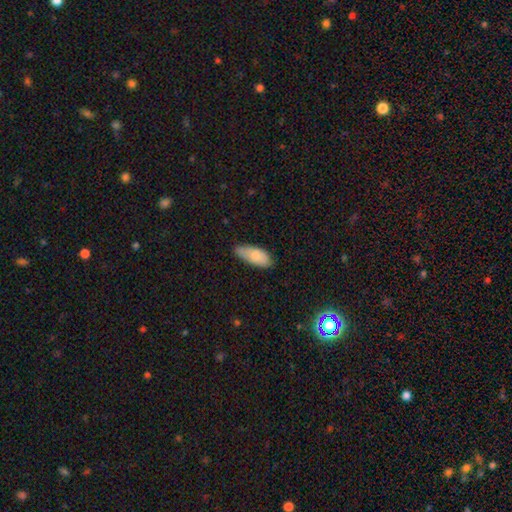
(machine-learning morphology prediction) Smooth or featured?
  - smooth: 80% *
  - featured or disk: 14%
  - star or artifact: 6%
How rounded?
  - in between: 85% *
  - cigar-shaped: 13%
  - round: 2%
Merging?
  - none: 65% *
  - minor disturbance: 28%
  - major disturbance: 5%
  - merger: 2%